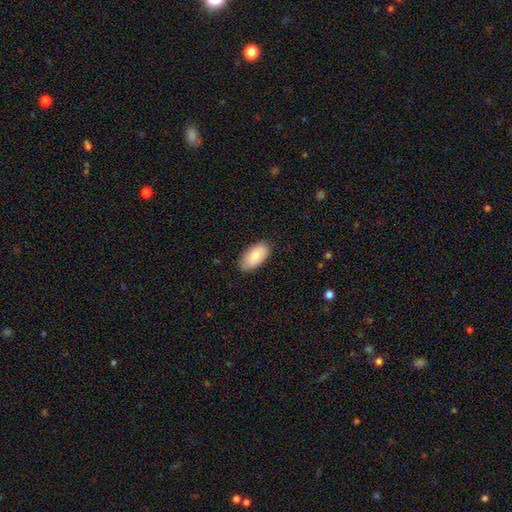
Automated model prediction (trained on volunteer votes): Smooth or featured?
  - smooth: 82% *
  - featured or disk: 12%
  - star or artifact: 6%
How rounded?
  - in between: 95% *
  - round: 3%
  - cigar-shaped: 3%
Merging?
  - none: 85% *
  - minor disturbance: 12%
  - major disturbance: 2%
  - merger: 1%